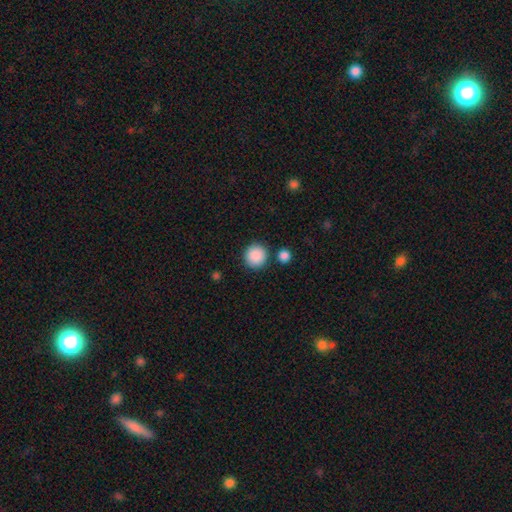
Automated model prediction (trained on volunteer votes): This appears to be a smooth galaxy with no disk features (89%) that is round (94%). Merging: none (86%).